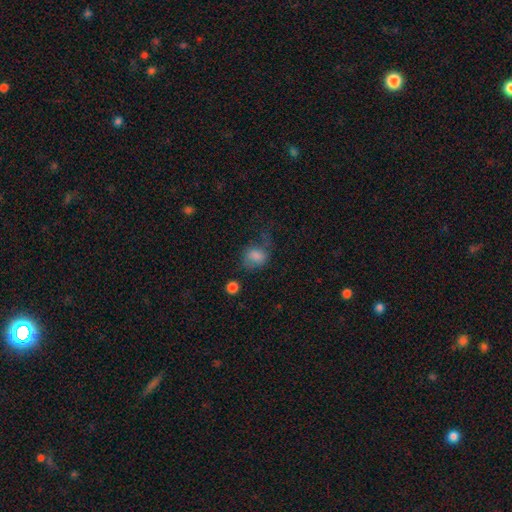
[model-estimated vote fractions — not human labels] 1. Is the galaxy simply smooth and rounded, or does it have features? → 78% smooth, 11% featured or disk, 11% star or artifact.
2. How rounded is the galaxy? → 53% round, 46% in between, 1% cigar-shaped.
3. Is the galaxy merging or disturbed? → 44% none, 28% minor disturbance, 24% major disturbance, 4% merger.